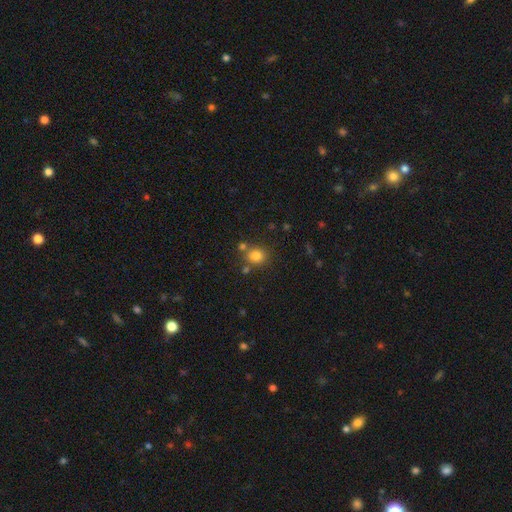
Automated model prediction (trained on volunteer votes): Smooth or featured? Predicted: smooth (p=0.80). How rounded? Predicted: round (p=0.71). Merging? Predicted: none (p=0.70).